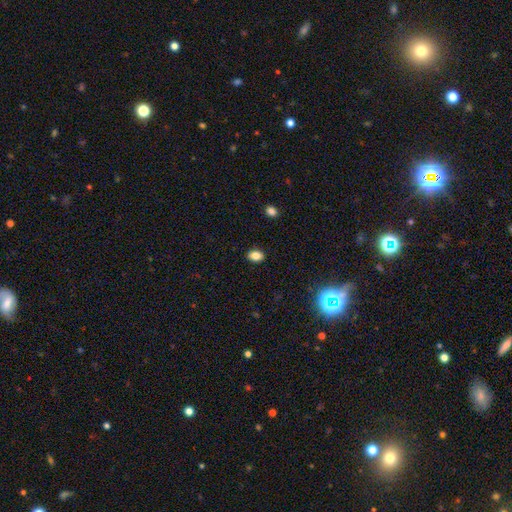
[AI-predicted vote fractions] The model was most divided on "how rounded": in between: 81%, round: 17%, cigar-shaped: 2%. More confident: merging — none (89%); smooth or featured — smooth (83%).